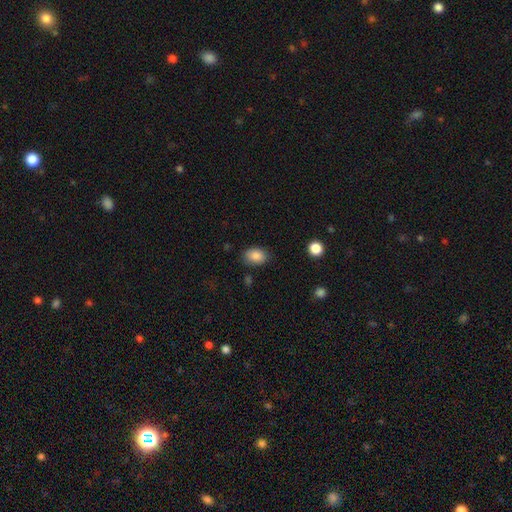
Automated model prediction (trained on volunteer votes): smooth_or_featured: smooth (p=0.86) [alt: star or artifact p=0.08]
how_rounded: in between (p=0.78) [alt: round p=0.21]
merging: none (p=0.82) [alt: minor disturbance p=0.13]